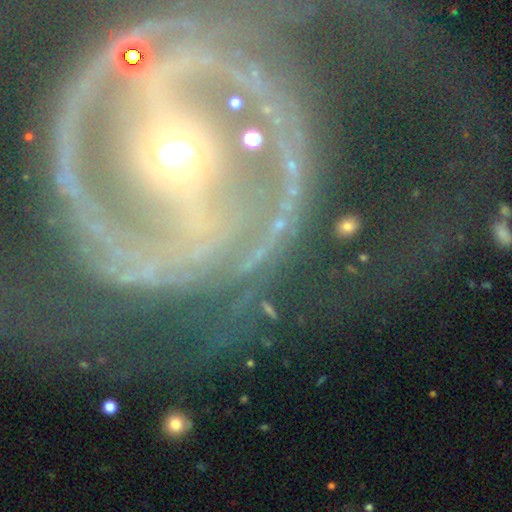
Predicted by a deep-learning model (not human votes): star or artifact 46%, featured or disk 35%, smooth 19%.